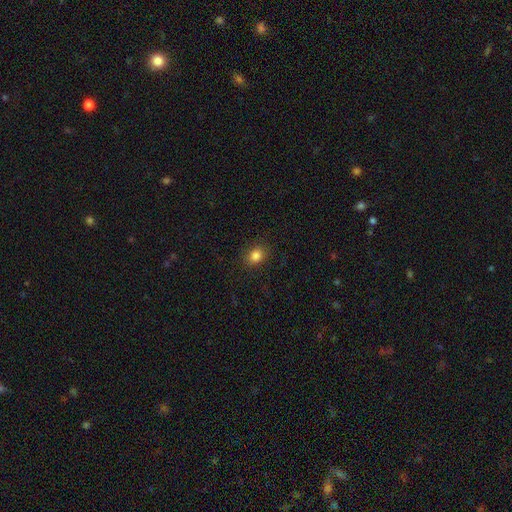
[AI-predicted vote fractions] Overall: smooth (84%). How rounded: round (52%; in between 47%). Merging: none (87%).